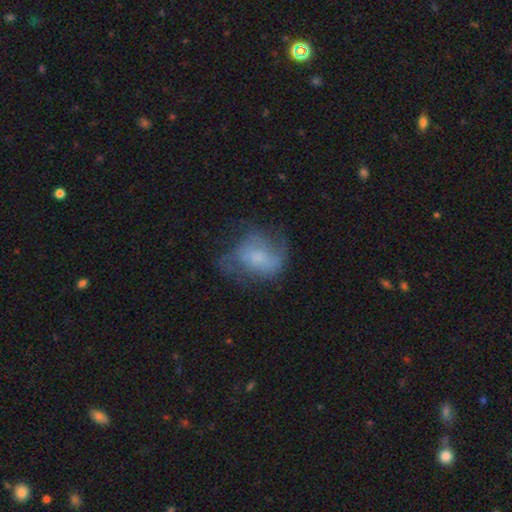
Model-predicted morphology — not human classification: Smooth or featured?
  - featured or disk: 46% *
  - smooth: 43%
  - star or artifact: 11%
Merging?
  - none: 45% *
  - major disturbance: 27%
  - minor disturbance: 26%
  - merger: 2%